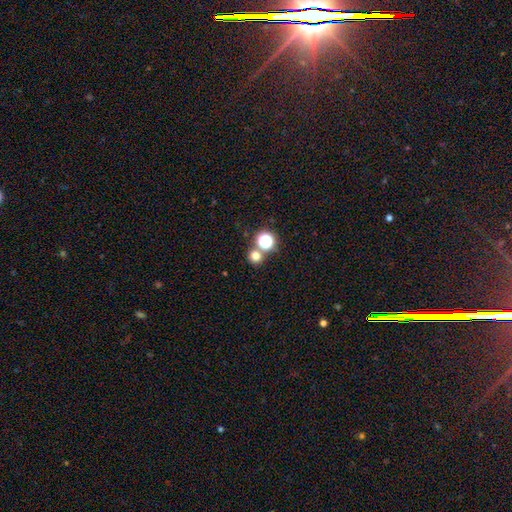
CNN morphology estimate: This is likely a smooth galaxy (73%). How rounded: clearly round (90%). Merging: likely none (69%).